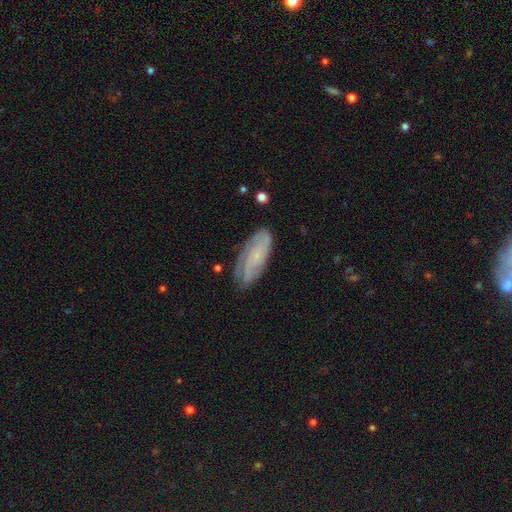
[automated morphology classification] A featured or disk galaxy (67%) with no bar (72%), tight (53%) spiral arms (91%) and a small central bulge (76%).

Vote fractions:
- Smooth or featured? featured or disk: 67% / smooth: 26% / star or artifact: 8%
- Edge-on disk? no: 90% / yes: 10%
- Bar? no: 72% / weak: 23% / strong: 4%
- Spiral arms? yes: 91% / no: 9%
- Spiral winding? tight: 53% / medium: 35% / loose: 13%
- Spiral arm count? can't tell: 38% / 2: 25% / 3: 18% / 4: 9% / 1: 5% / more than 4: 5%
- Bulge size? small: 76% / none: 12% / moderate: 11% / large: 1% / dominant: 1%
- Merging? none: 76% / minor disturbance: 18% / major disturbance: 5% / merger: 2%